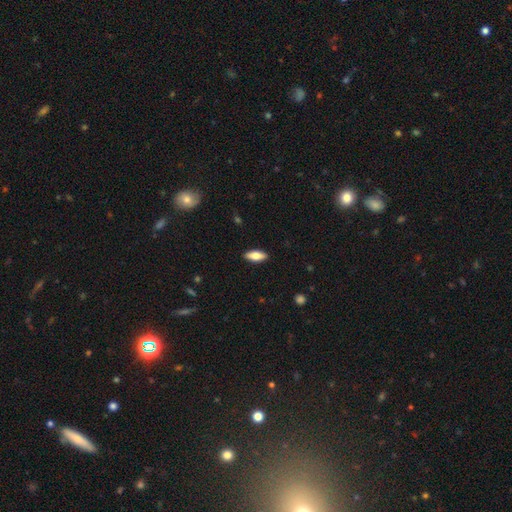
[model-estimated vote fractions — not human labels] Q: Smooth or featured?
A: smooth (72%); runner-up: featured or disk (22%)
Q: How rounded?
A: in between (71%); runner-up: cigar-shaped (26%)
Q: Merging?
A: none (90%); runner-up: minor disturbance (8%)